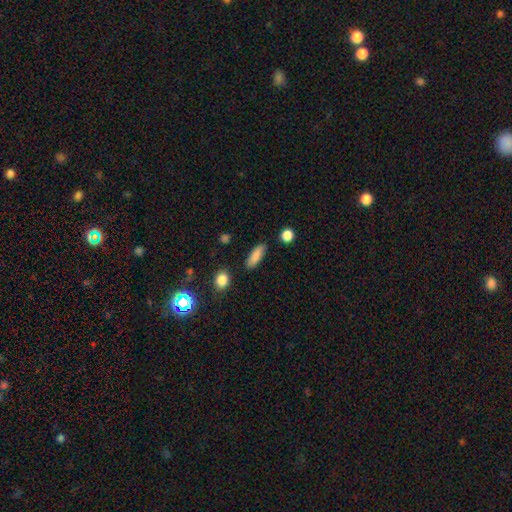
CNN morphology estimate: Q: Smooth or featured?
A: smooth (85%); runner-up: star or artifact (8%)
Q: How rounded?
A: in between (59%); runner-up: cigar-shaped (38%)
Q: Merging?
A: none (85%); runner-up: minor disturbance (10%)